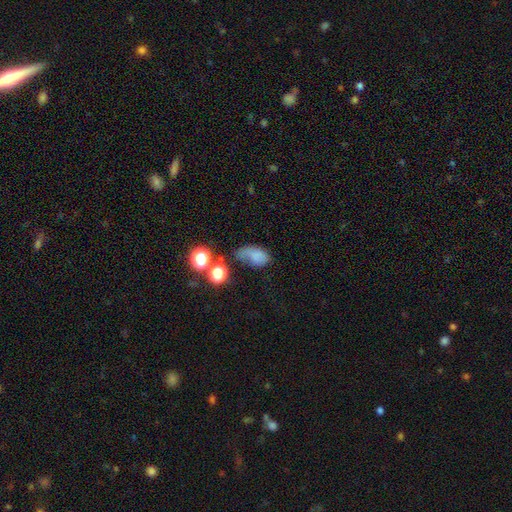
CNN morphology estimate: Smooth or featured? Predicted: smooth (p=0.65). How rounded? Predicted: in between (p=0.82). Merging? Predicted: major disturbance (p=0.32).